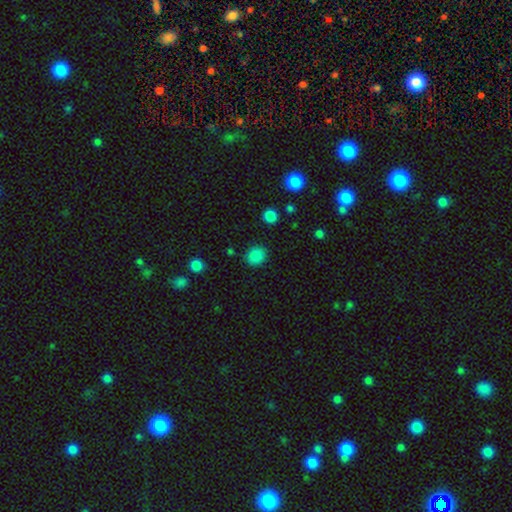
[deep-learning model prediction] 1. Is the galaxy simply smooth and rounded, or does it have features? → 86% smooth, 11% star or artifact, 3% featured or disk.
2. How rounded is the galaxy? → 74% round, 25% in between, 1% cigar-shaped.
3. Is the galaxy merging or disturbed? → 85% none, 10% minor disturbance, 3% major disturbance, 2% merger.